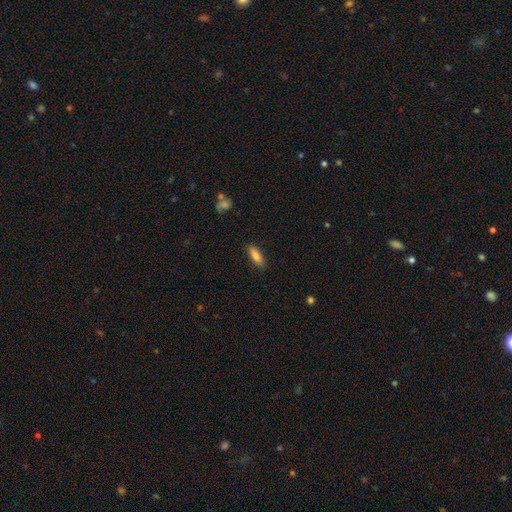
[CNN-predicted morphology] Smooth or featured? smooth (82%)
How rounded? in between (67%)
Merging? none (86%)